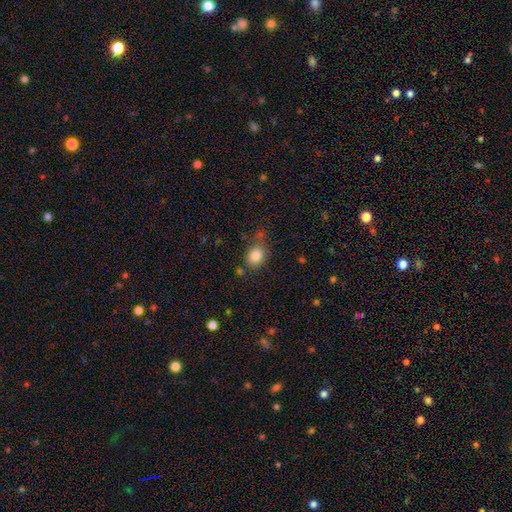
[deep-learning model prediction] The model was most divided on "how rounded": in between: 51%, round: 48%, cigar-shaped: 1%. More confident: smooth or featured — smooth (84%); merging — none (66%).